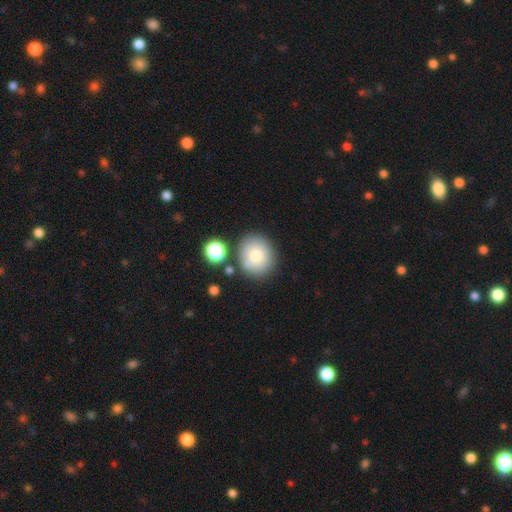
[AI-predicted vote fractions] This is likely a smooth galaxy (76%). How rounded: clearly round (85%). Merging: likely none (77%).